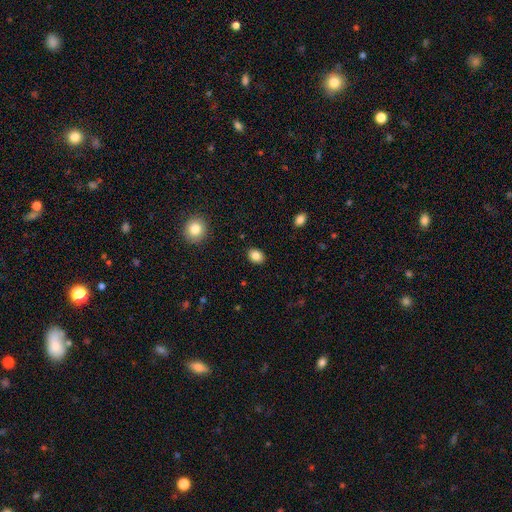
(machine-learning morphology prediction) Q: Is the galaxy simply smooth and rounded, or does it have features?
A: smooth — 85%.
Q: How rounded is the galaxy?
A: in between — 59%.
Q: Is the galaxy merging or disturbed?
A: none — 89%.